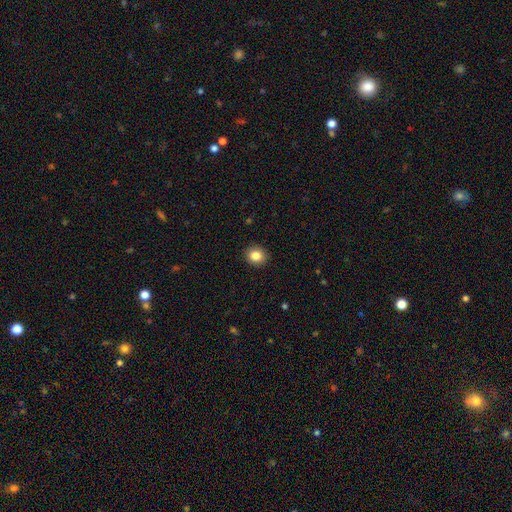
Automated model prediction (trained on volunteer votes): Morphology: type=smooth (84%); roundness=round (80%); merging=none (92%).